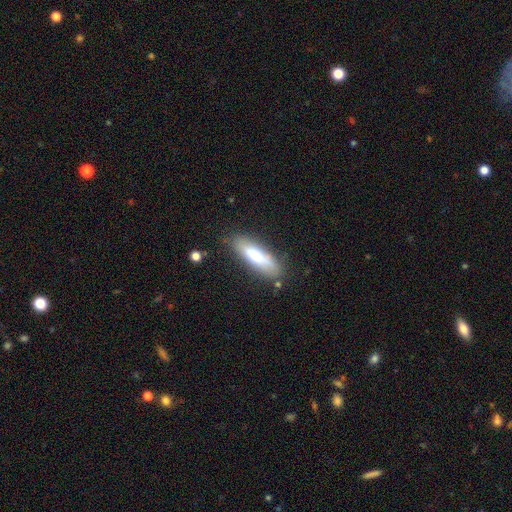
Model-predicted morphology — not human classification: Overall: smooth (69%). How rounded: cigar-shaped (55%; in between 43%). Merging: none (79%).